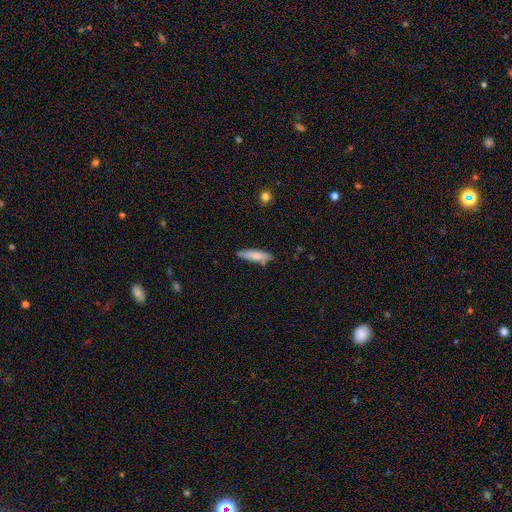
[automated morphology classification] type=smooth (76%); roundness=cigar-shaped (73%); merging=none (76%).